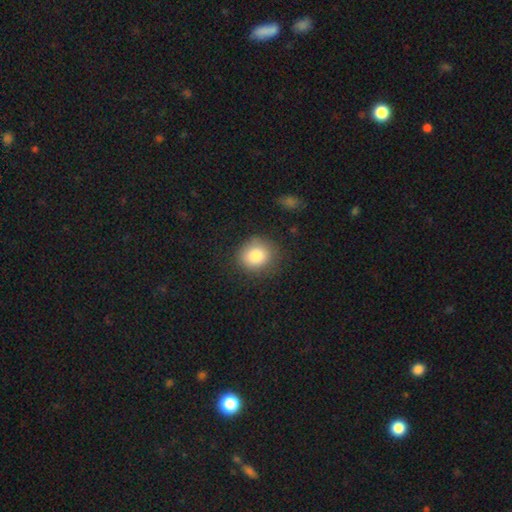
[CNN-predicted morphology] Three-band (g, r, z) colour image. It shows a smooth galaxy with no disk features (84%) that is round (73%). Merging: none (79%).